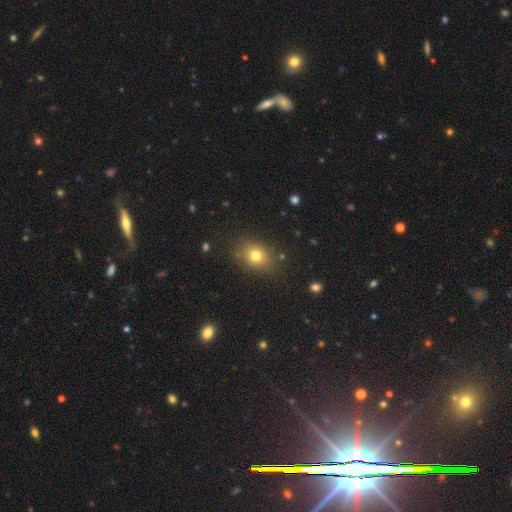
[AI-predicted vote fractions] Morphology: type=smooth (76%); roundness=in between (51%); merging=none (82%).